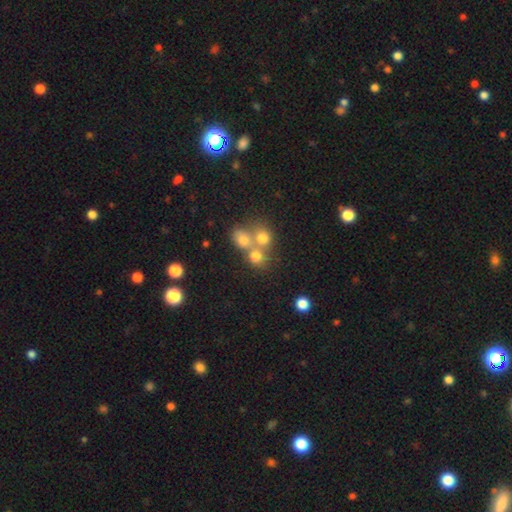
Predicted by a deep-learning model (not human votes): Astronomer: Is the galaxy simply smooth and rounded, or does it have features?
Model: smooth — 70%.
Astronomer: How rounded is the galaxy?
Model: round — 77%.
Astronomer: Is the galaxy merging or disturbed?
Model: merger — 49% (runner-up: none, 40%).